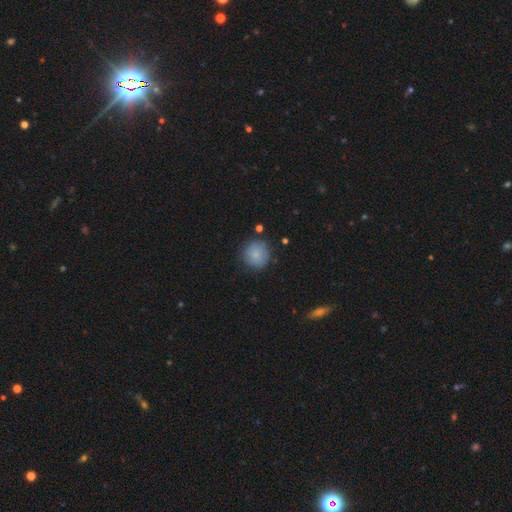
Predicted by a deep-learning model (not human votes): A smooth galaxy with no disk features (81%) that is round (90%). Merging: none (78%).